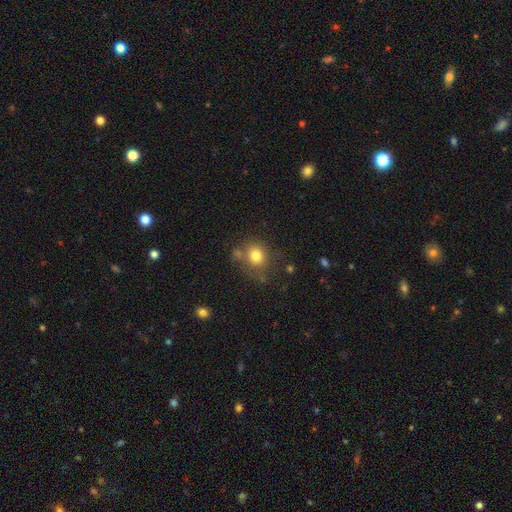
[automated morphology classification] smooth-or-featured: smooth: 78% | star or artifact: 12% | featured or disk: 10%
  how-rounded: round: 78% | in between: 21% | cigar-shaped: 1%
  merging: none: 65% | minor disturbance: 16% | merger: 12% | major disturbance: 7%